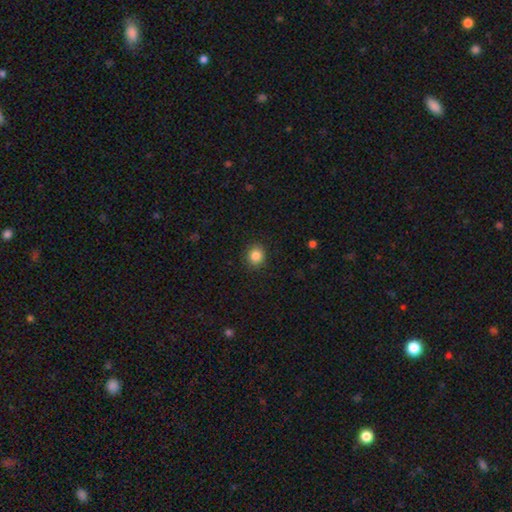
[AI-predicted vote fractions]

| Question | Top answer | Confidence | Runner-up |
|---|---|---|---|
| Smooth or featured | smooth | 86% | star or artifact (10%) |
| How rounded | round | 83% | in between (16%) |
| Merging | none | 91% | minor disturbance (6%) |